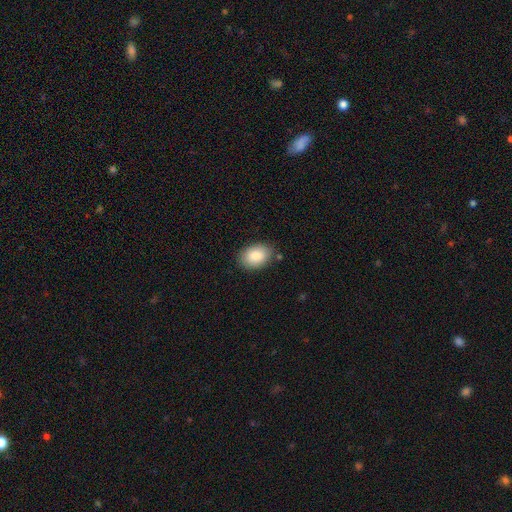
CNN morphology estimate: Overall: smooth (86%). How rounded: in between (80%). Merging: none (83%).